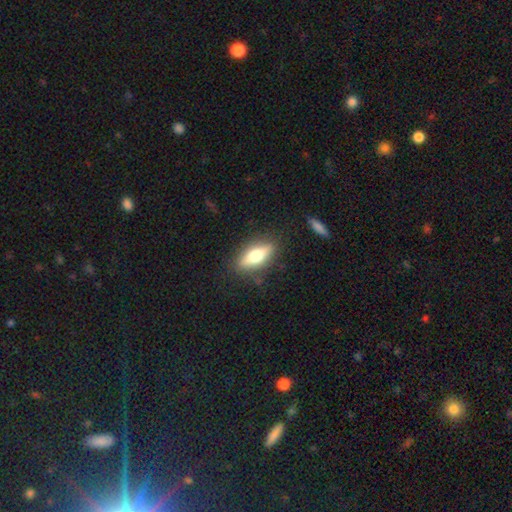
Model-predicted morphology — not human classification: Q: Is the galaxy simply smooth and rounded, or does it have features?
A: smooth — 60%.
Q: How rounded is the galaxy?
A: in between — 64%.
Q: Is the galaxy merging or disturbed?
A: none — 84%.